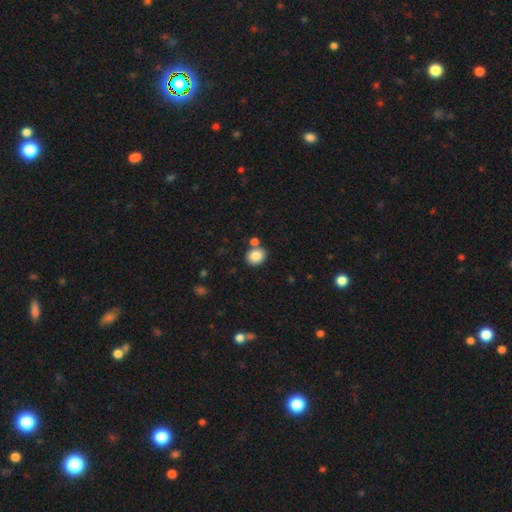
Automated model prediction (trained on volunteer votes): This is clearly a smooth galaxy (86%). How rounded: possibly round (54%). Merging: likely none (71%).